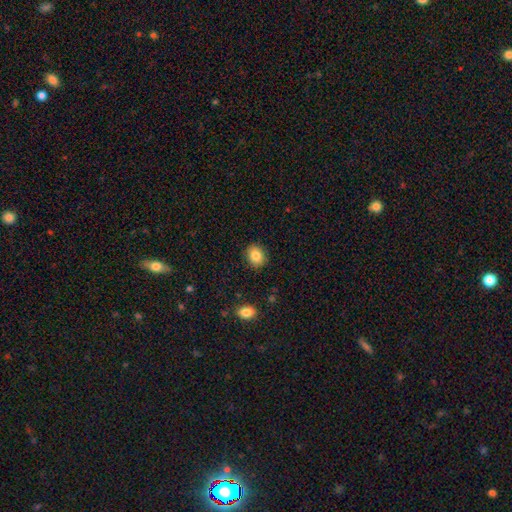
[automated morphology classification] type=smooth (84%); roundness=round (60%); merging=none (89%).